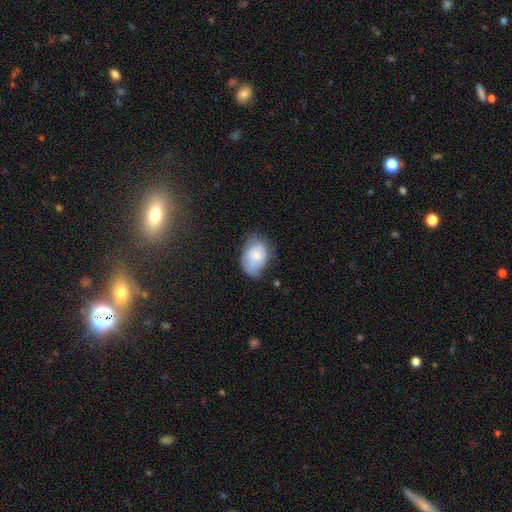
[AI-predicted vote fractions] Smooth or featured? Predicted: smooth (p=0.68). How rounded? Predicted: in between (p=0.79). Merging? Predicted: none (p=0.51).